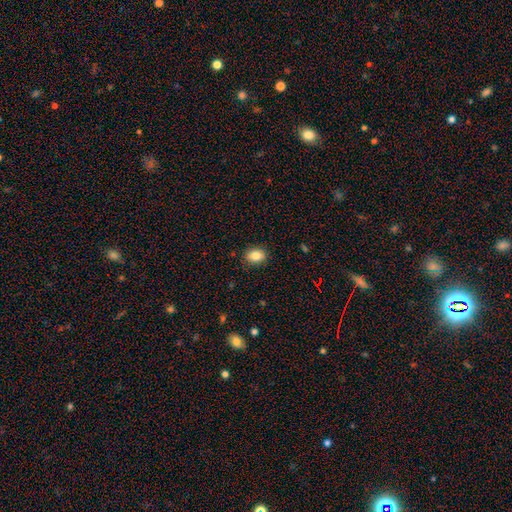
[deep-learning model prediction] Smooth or featured? Predicted: smooth (p=0.84). How rounded? Predicted: in between (p=0.65). Merging? Predicted: none (p=0.88).